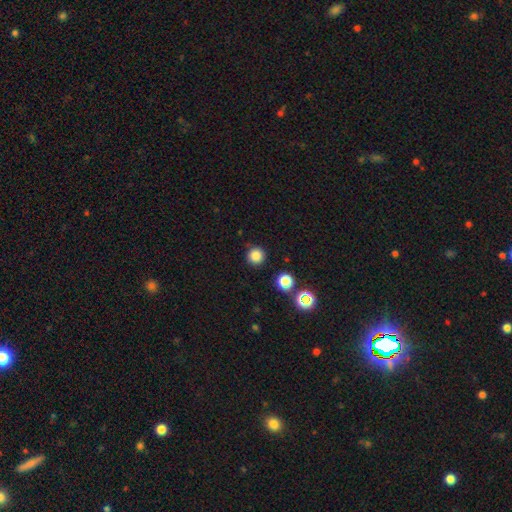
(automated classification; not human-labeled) Overall: smooth (84%). How rounded: round (95%). Merging: none (88%).